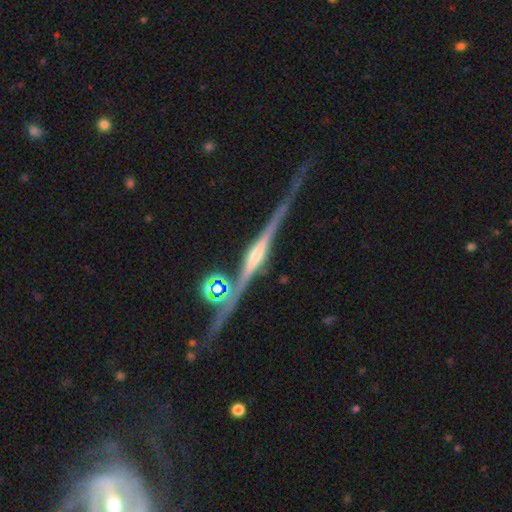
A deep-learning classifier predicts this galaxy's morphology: Smooth or featured? Predicted: featured or disk (p=0.89). Edge-on disk? Predicted: yes (p=0.97). Edge-on bulge? Predicted: rounded (p=0.71). Merging? Predicted: none (p=0.71).